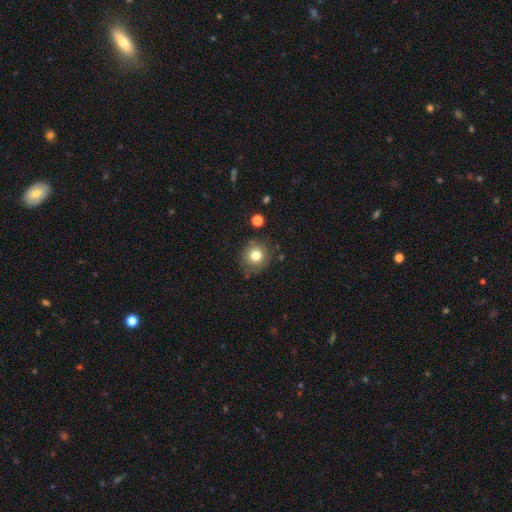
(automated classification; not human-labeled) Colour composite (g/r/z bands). It shows a smooth galaxy with no disk features (79%) that is round (88%). Merging: none (78%).